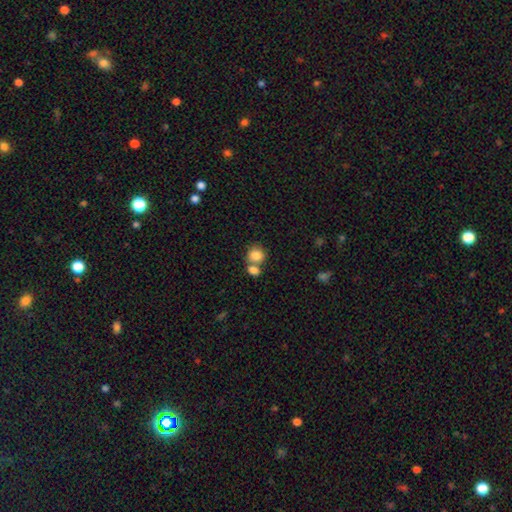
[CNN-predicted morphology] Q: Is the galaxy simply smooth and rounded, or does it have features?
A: smooth — 83%.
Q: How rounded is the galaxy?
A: round — 68%.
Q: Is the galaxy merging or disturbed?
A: merger — 44%.